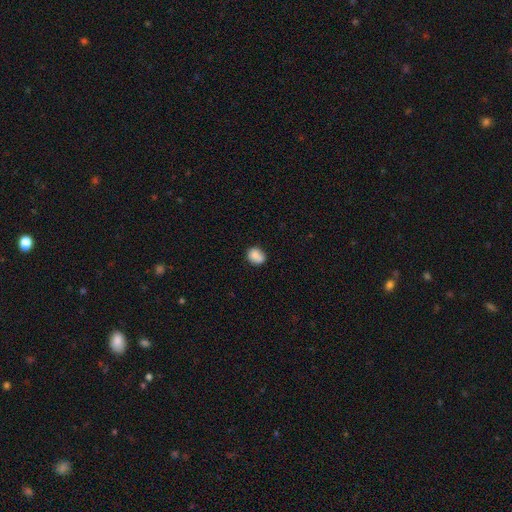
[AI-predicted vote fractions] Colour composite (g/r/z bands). It shows a smooth galaxy with no disk features (82%) that is round (64%). Merging: none (66%).